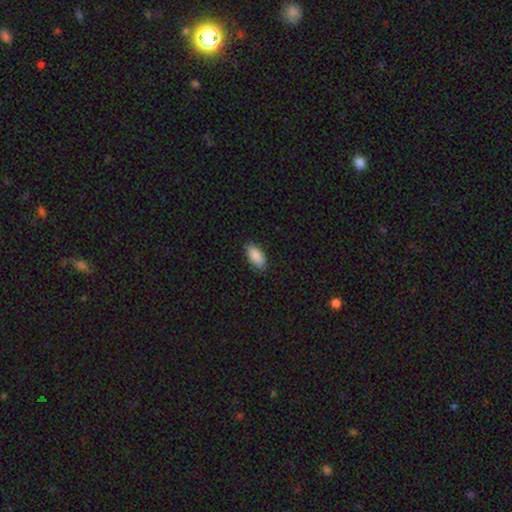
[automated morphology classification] Smooth or featured?
  - smooth: 90% *
  - star or artifact: 6%
  - featured or disk: 4%
How rounded?
  - in between: 91% *
  - cigar-shaped: 7%
  - round: 2%
Merging?
  - none: 86% *
  - minor disturbance: 11%
  - major disturbance: 2%
  - merger: 1%